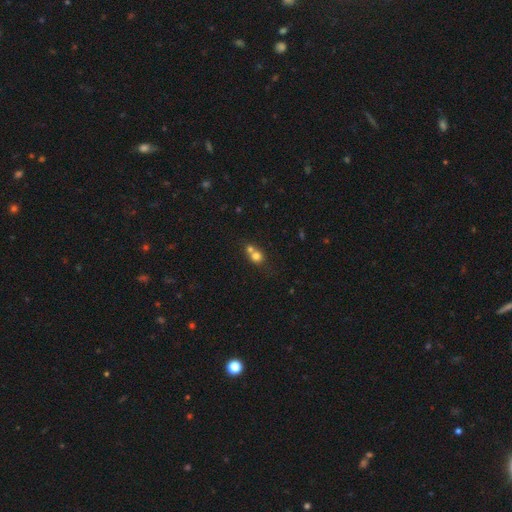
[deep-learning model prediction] Smooth or featured: smooth — 73% (featured or disk — 14%)
How rounded: round — 79% (in between — 20%)
Merging: merger — 57% (none — 34%)